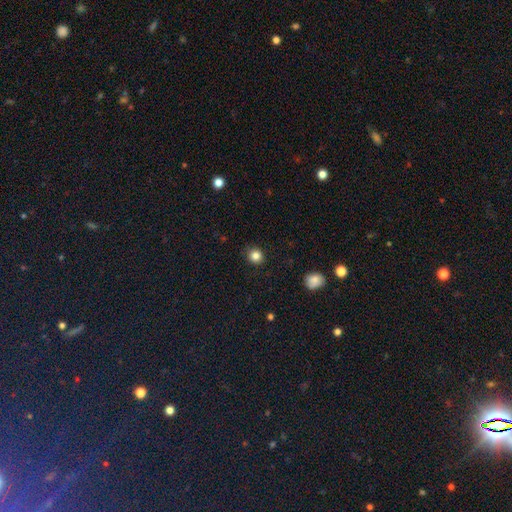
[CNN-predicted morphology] This appears to be a smooth galaxy with no disk features (84%) that is round (87%). Merging: none (89%).